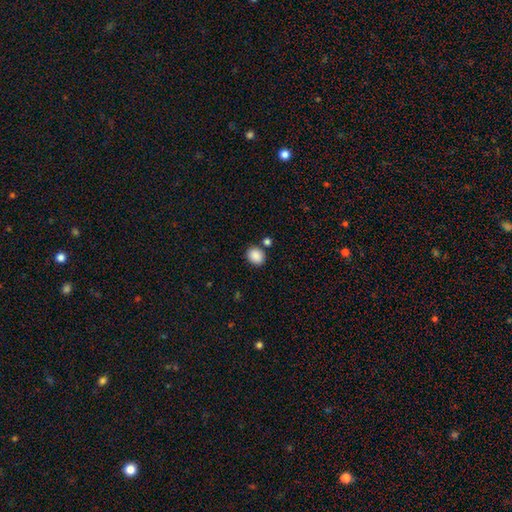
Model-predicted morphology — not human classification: smooth_or_featured: smooth (p=0.89) [alt: star or artifact p=0.08]
how_rounded: round (p=0.67) [alt: in between p=0.32]
merging: none (p=0.81) [alt: minor disturbance p=0.09]